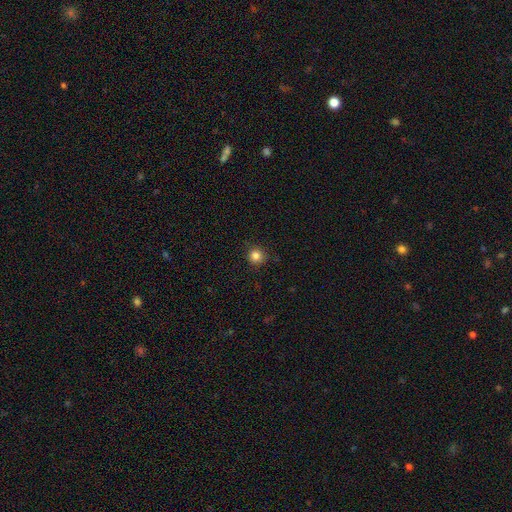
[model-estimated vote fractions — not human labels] smooth-or-featured: smooth: 84% | star or artifact: 12% | featured or disk: 4%
  how-rounded: round: 95% | in between: 4% | cigar-shaped: 1%
  merging: none: 90% | minor disturbance: 7% | major disturbance: 2% | merger: 1%